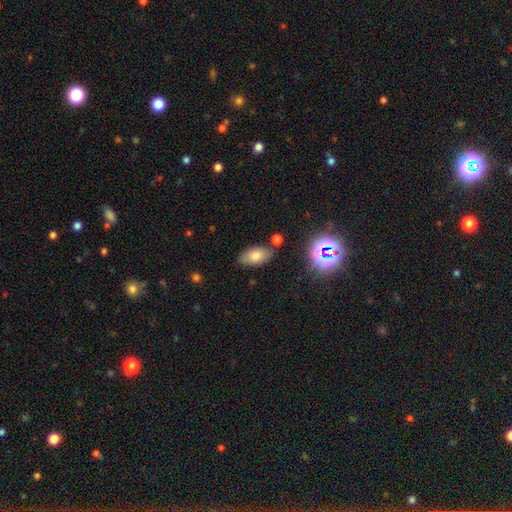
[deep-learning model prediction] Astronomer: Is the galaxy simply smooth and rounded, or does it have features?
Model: smooth — 76%.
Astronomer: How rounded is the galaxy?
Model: in between — 92%.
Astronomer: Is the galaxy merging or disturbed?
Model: none — 76%.